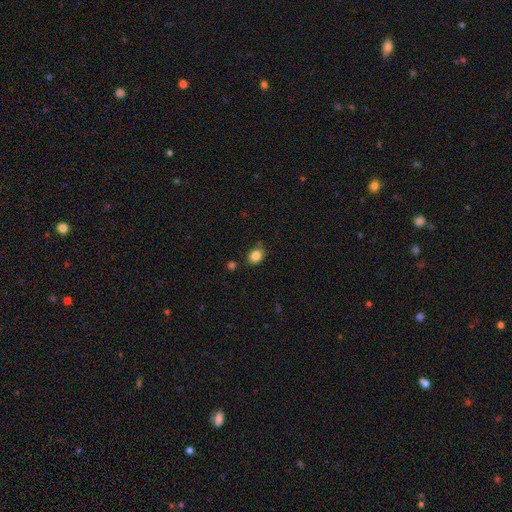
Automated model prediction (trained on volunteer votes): This is clearly a smooth galaxy (85%). How rounded: possibly in between (57%). Merging: likely none (75%).